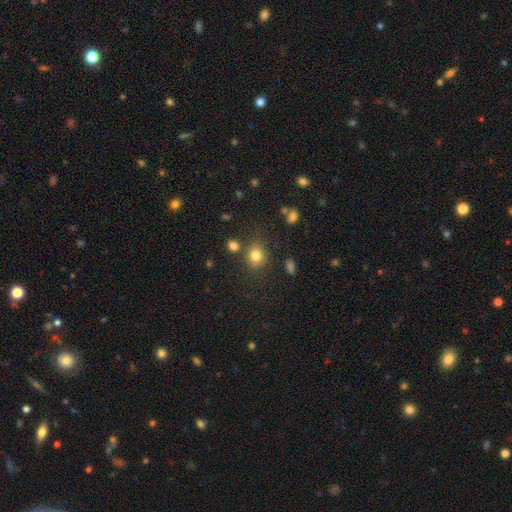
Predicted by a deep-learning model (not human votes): Morphology: type=smooth (80%); roundness=round (66%); merging=none (72%).